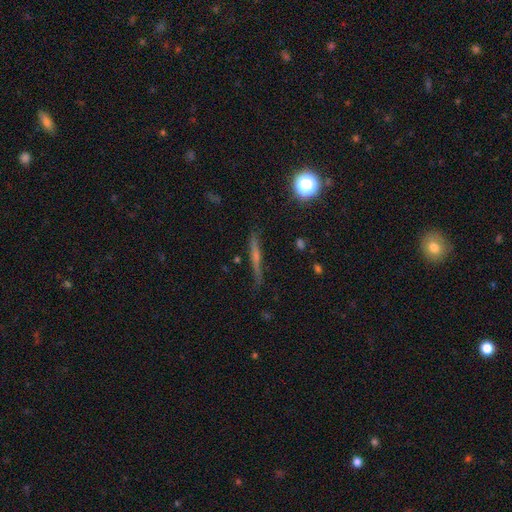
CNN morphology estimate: type=featured or disk (57%); edge-on=yes (95%); edge-on bulge=rounded (49%); merging=none (86%).